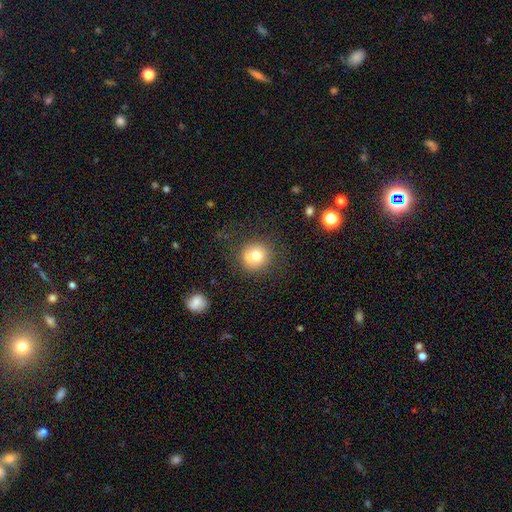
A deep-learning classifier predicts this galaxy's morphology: A smooth galaxy with no disk features (73%) that is round (91%). Merging: none (71%).